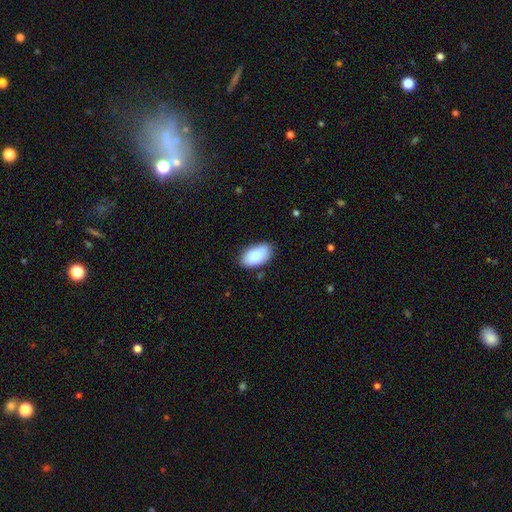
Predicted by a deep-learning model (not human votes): Smooth or featured: smooth — 86% (featured or disk — 7%)
How rounded: in between — 95% (round — 3%)
Merging: none — 80% (minor disturbance — 16%)